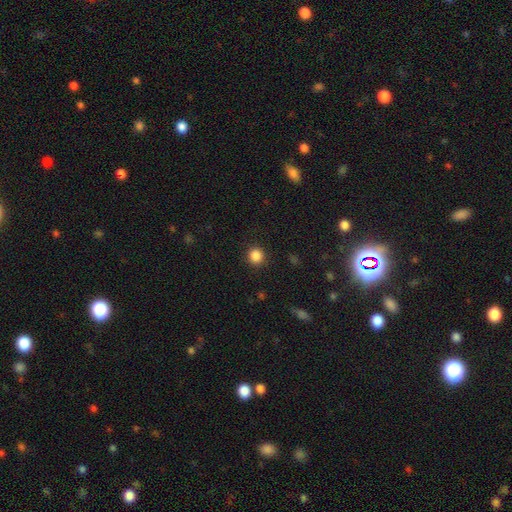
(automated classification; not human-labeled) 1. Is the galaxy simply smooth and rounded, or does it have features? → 87% smooth, 10% star or artifact, 3% featured or disk.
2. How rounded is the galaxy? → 91% round, 8% in between, 1% cigar-shaped.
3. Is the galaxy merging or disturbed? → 91% none, 6% minor disturbance, 2% major disturbance, 1% merger.